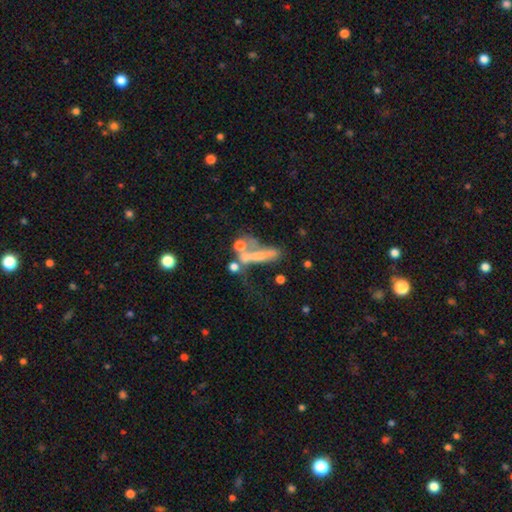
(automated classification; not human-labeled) A featured or disk galaxy (45%).

Vote fractions:
- Smooth or featured? featured or disk: 45% / smooth: 39% / star or artifact: 16%
- Merging? merger: 34% / major disturbance: 28% / none: 24% / minor disturbance: 14%